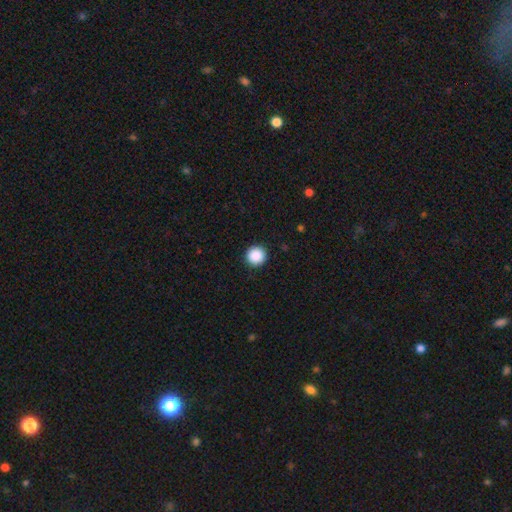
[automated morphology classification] A smooth galaxy with no disk features (89%) that is round (96%). Merging: none (93%).